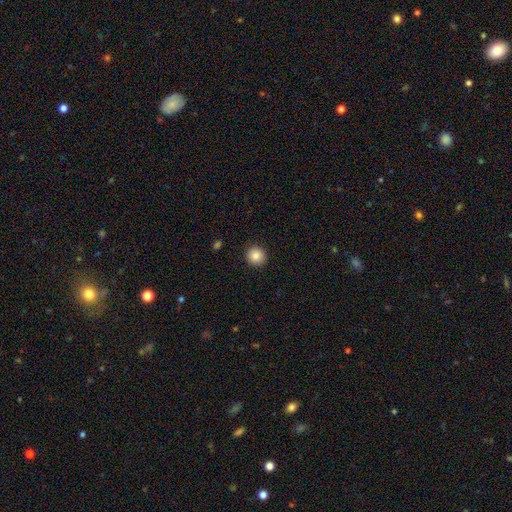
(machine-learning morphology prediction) Smooth or featured?
  - smooth: 84% *
  - star or artifact: 9%
  - featured or disk: 6%
How rounded?
  - round: 92% *
  - in between: 7%
  - cigar-shaped: 1%
Merging?
  - none: 92% *
  - minor disturbance: 5%
  - major disturbance: 2%
  - merger: 1%